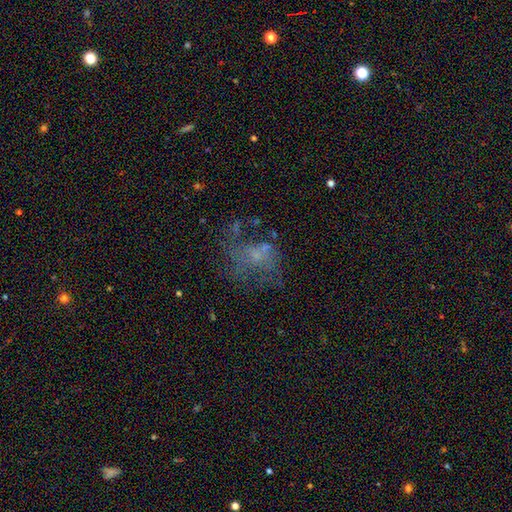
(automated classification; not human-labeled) Smooth or featured: featured or disk — 45% (smooth — 33%)
Merging: none — 41% (major disturbance — 35%)